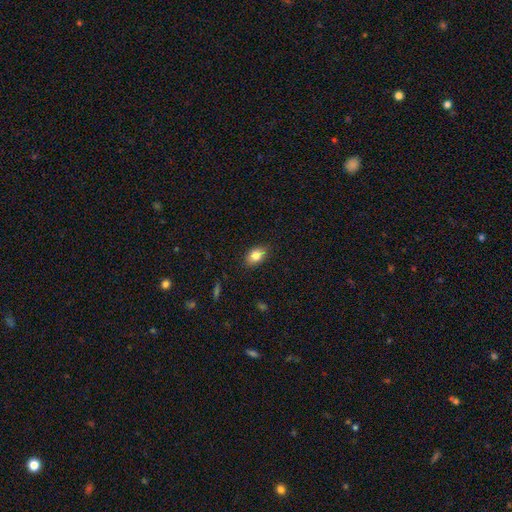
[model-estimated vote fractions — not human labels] Smooth or featured? Predicted: smooth (p=0.81). How rounded? Predicted: in between (p=0.80). Merging? Predicted: none (p=0.85).